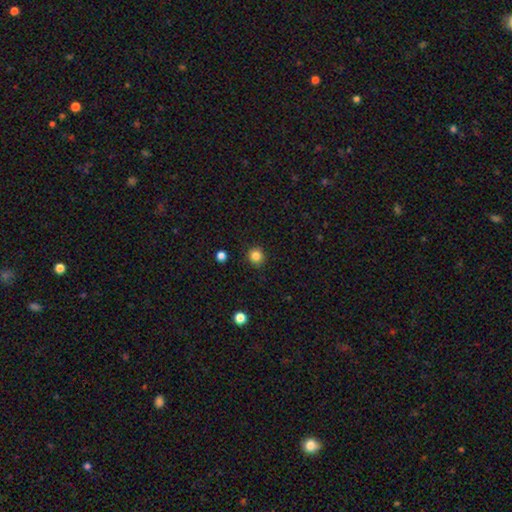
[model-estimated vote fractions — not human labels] smooth 84%, star or artifact 12%, featured or disk 4%. Down the decision tree: how rounded — round (91%); merging — none (89%).